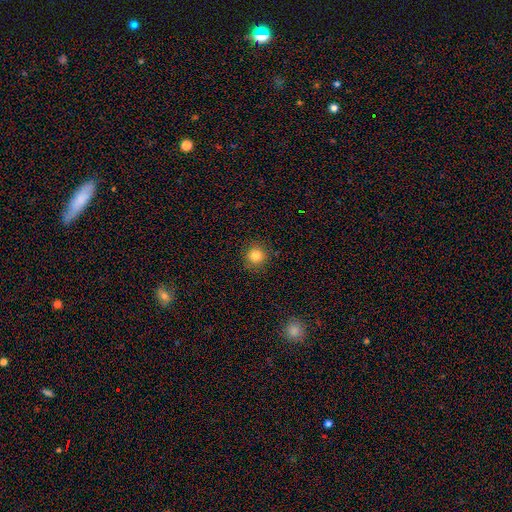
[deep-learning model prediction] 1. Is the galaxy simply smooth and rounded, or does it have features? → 81% smooth, 12% star or artifact, 6% featured or disk.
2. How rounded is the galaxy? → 94% round, 5% in between, 1% cigar-shaped.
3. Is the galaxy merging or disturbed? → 90% none, 7% minor disturbance, 2% major disturbance, 1% merger.